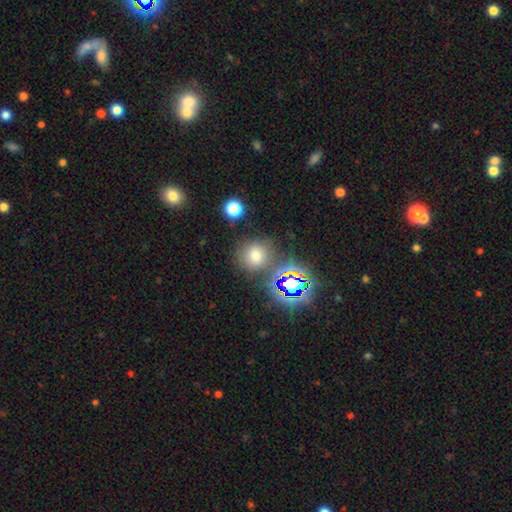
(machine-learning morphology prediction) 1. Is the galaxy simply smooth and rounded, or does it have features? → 64% smooth, 26% star or artifact, 10% featured or disk.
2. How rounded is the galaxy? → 89% round, 10% in between, 1% cigar-shaped.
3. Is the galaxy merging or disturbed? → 77% none, 11% minor disturbance, 7% merger, 5% major disturbance.